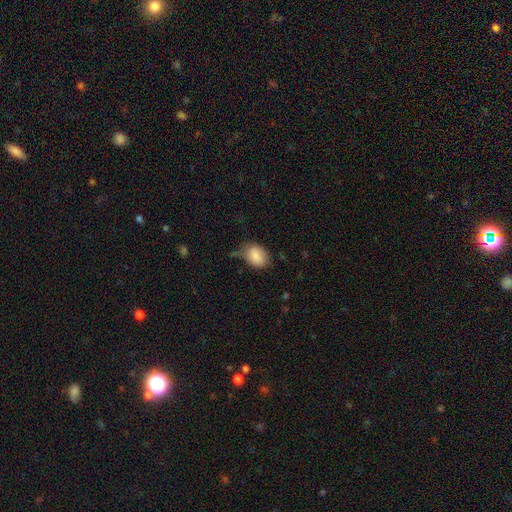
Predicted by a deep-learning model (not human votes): The model was most divided on "merging": none: 55%, minor disturbance: 32%, major disturbance: 10%, merger: 4%. More confident: smooth or featured — smooth (84%); how rounded — in between (71%).